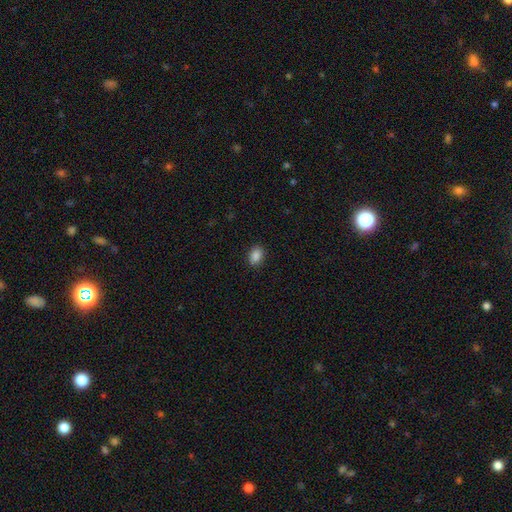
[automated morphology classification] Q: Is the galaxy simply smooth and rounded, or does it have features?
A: smooth — 88%.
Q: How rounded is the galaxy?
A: in between — 79%.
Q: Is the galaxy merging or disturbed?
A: none — 90%.